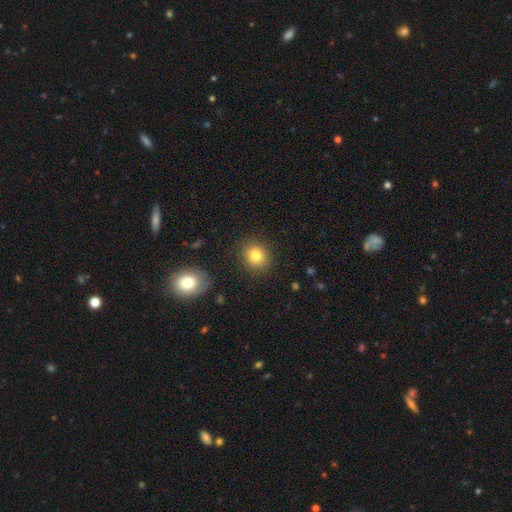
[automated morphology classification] Smooth or featured?
  - smooth: 81% *
  - star or artifact: 11%
  - featured or disk: 8%
How rounded?
  - round: 82% *
  - in between: 17%
  - cigar-shaped: 1%
Merging?
  - none: 88% *
  - minor disturbance: 8%
  - major disturbance: 3%
  - merger: 2%